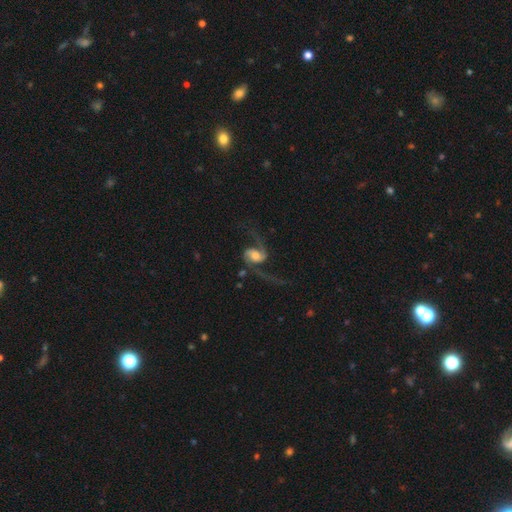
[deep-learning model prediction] Smooth or featured?
  - featured or disk: 88% *
  - smooth: 7%
  - star or artifact: 5%
Edge-on disk?
  - no: 98% *
  - yes: 2%
Bar?
  - no: 50% *
  - weak: 37%
  - strong: 13%
Spiral arms?
  - yes: 97% *
  - no: 3%
Spiral winding?
  - loose: 72% *
  - medium: 23%
  - tight: 5%
Spiral arm count?
  - 2: 93% *
  - 1: 3%
  - can't tell: 1%
  - 3: 1%
  - 4: 1%
  - more than 4: 1%
Bulge size?
  - moderate: 50% *
  - large: 22%
  - small: 19%
  - none: 5%
  - dominant: 4%
Merging?
  - none: 61% *
  - major disturbance: 22%
  - minor disturbance: 14%
  - merger: 4%